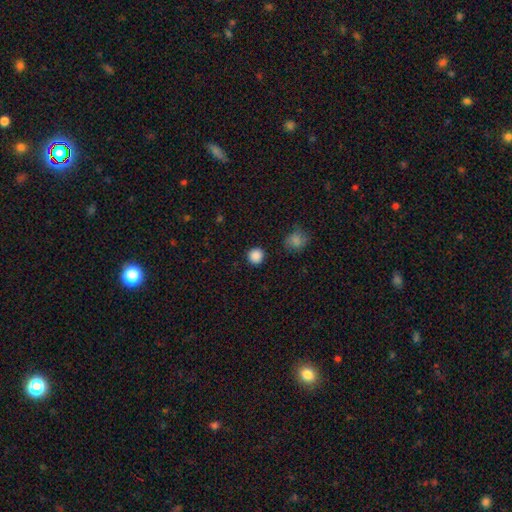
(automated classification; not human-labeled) Smooth or featured? Predicted: smooth (p=0.87). How rounded? Predicted: round (p=0.94). Merging? Predicted: none (p=0.90).